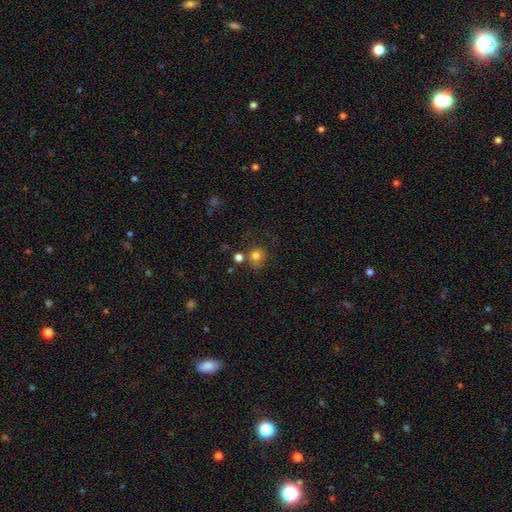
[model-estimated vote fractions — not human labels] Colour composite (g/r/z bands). It shows a smooth galaxy with no disk features (80%) that is round (85%). Merging: none (63%).